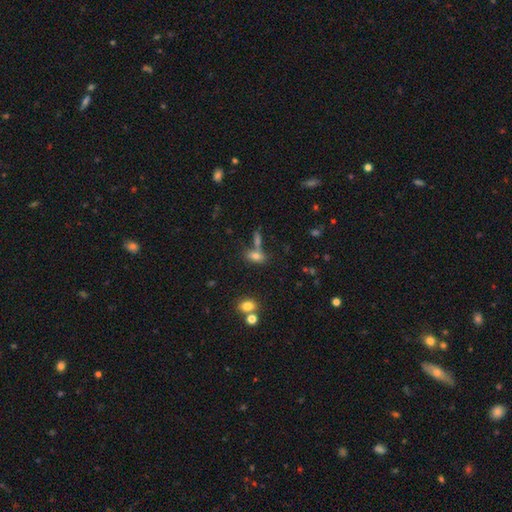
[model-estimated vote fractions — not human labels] smooth 73%, featured or disk 14%, star or artifact 13%. Down the decision tree: how rounded — in between (81%); merging — none (50%).